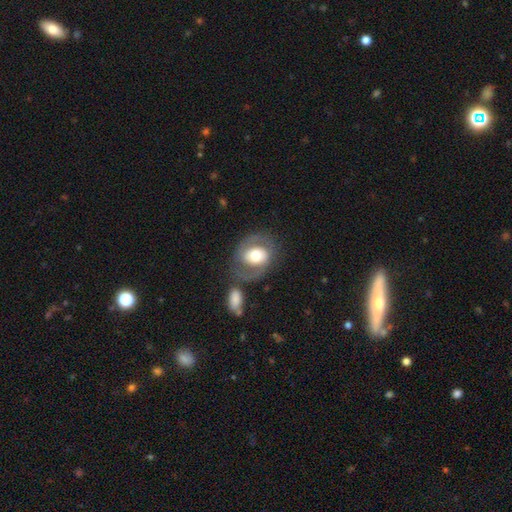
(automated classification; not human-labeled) The model was most divided on "bulge size": moderate: 57%, large: 31%, small: 6%, dominant: 4%, none: 1%. More confident: edge-on disk — no (96%); spiral arms — yes (68%); merging — none (63%); smooth or featured — featured or disk (60%); bar — no (58%).